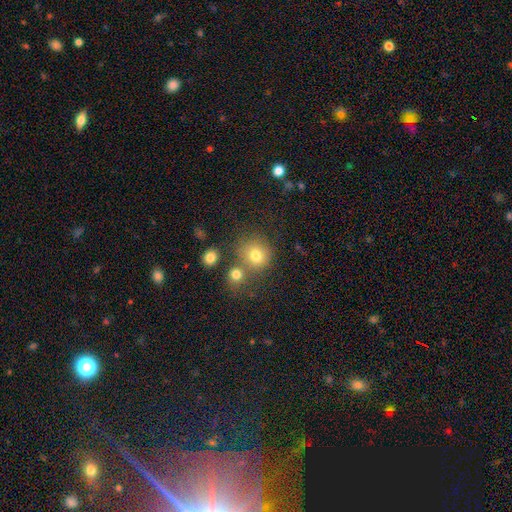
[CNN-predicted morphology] Smooth or featured?
  - smooth: 77% *
  - star or artifact: 14%
  - featured or disk: 9%
How rounded?
  - round: 86% *
  - in between: 13%
  - cigar-shaped: 1%
Merging?
  - none: 63% *
  - merger: 23%
  - minor disturbance: 10%
  - major disturbance: 5%